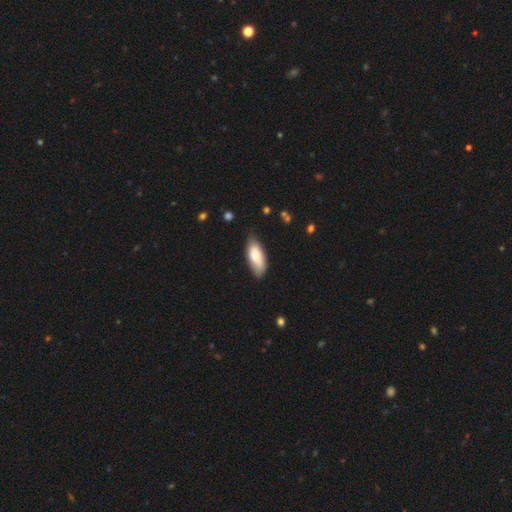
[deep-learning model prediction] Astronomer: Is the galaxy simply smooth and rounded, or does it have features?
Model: smooth — 76%.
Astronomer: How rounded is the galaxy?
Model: in between — 78%.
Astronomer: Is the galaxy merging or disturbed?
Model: none — 67%.